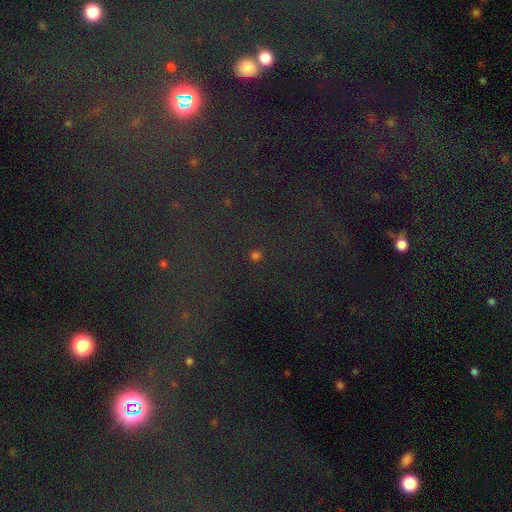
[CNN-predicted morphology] Smooth or featured? star or artifact (47%)